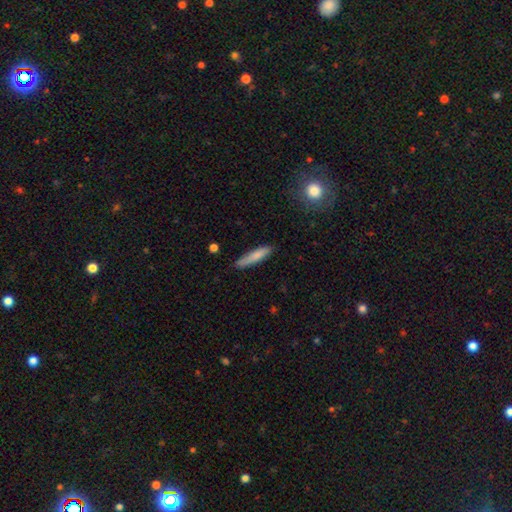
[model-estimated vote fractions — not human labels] smooth_or_featured: smooth (p=0.80) [alt: featured or disk p=0.14]
how_rounded: cigar-shaped (p=0.86) [alt: in between p=0.13]
merging: none (p=0.81) [alt: minor disturbance p=0.15]